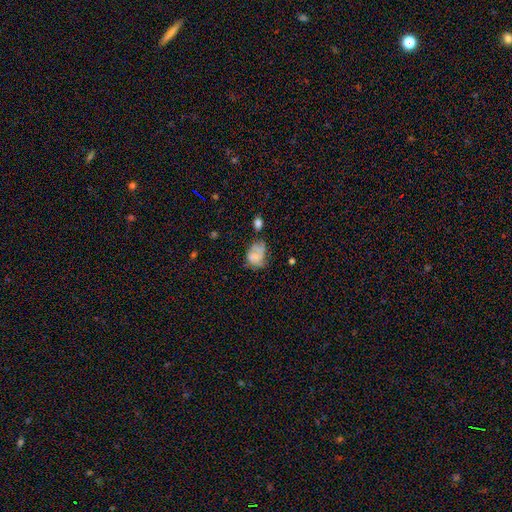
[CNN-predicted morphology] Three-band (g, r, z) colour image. It shows a smooth galaxy with no disk features (52%) that is in between round and cigar-shaped (66%). Merging: none (36%).